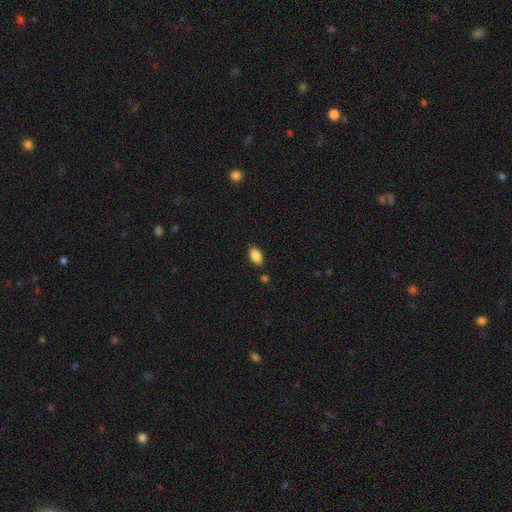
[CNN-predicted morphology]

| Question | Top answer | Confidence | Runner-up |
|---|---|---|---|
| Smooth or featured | smooth | 85% | featured or disk (8%) |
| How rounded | in between | 91% | cigar-shaped (5%) |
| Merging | none | 84% | minor disturbance (11%) |